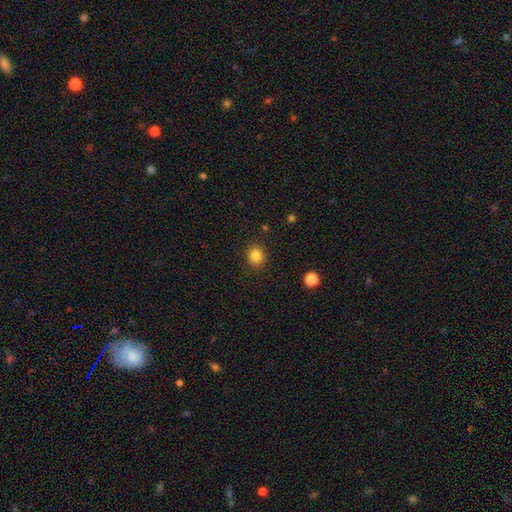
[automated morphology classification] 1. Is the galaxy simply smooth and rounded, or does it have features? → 84% smooth, 11% star or artifact, 5% featured or disk.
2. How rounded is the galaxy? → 76% round, 23% in between, 1% cigar-shaped.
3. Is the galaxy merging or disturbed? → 89% none, 7% minor disturbance, 2% major disturbance, 1% merger.